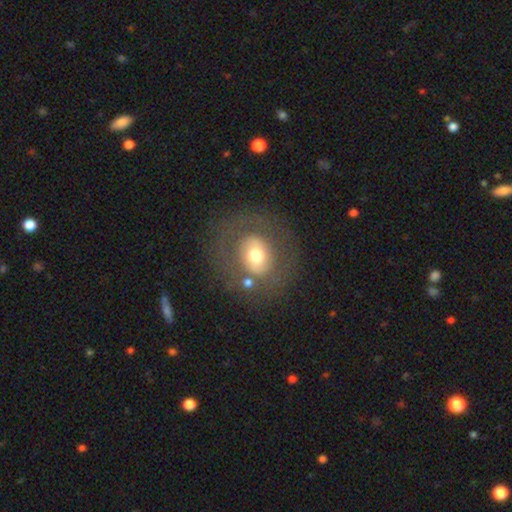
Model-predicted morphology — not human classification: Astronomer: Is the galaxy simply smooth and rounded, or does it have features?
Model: smooth — 48% (runner-up: featured or disk, 41%).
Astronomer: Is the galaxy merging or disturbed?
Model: none — 70%.